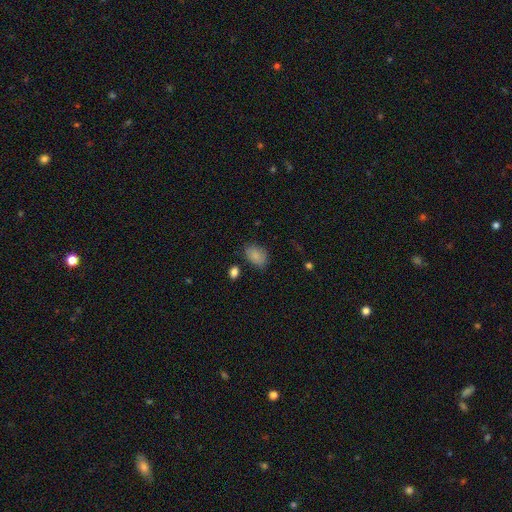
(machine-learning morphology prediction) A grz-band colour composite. It shows a smooth galaxy with no disk features (85%) that is in between round and cigar-shaped (86%). Merging: none (72%).